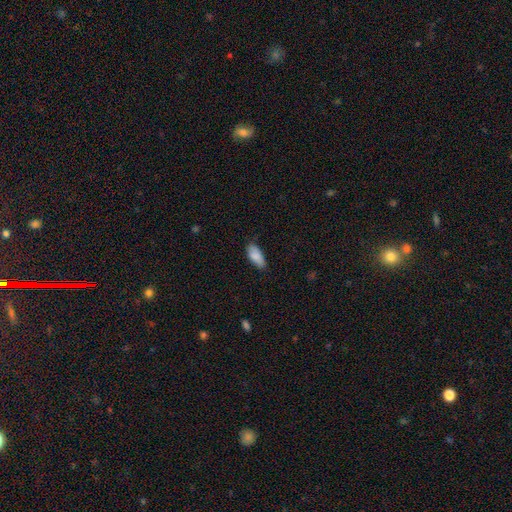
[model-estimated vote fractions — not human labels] Morphology: type=smooth (87%); roundness=in between (87%); merging=none (77%).